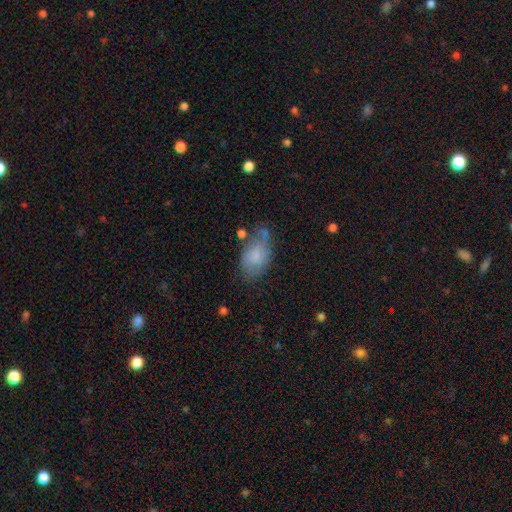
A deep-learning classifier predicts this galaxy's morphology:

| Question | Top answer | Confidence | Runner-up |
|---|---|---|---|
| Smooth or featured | smooth | 69% | featured or disk (24%) |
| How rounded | in between | 91% | round (7%) |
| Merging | none | 47% | minor disturbance (32%) |